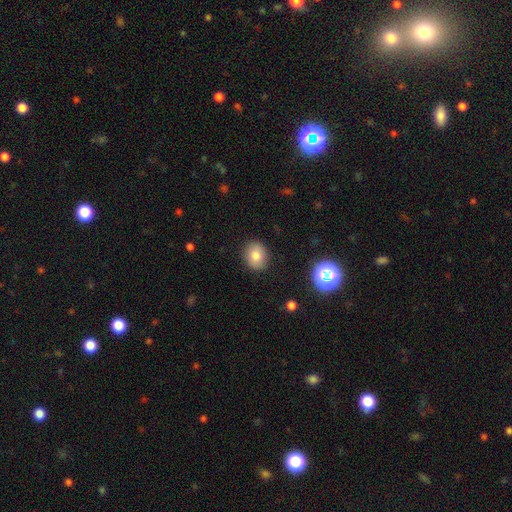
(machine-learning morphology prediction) Q: Smooth or featured?
A: smooth (79%); runner-up: star or artifact (11%)
Q: How rounded?
A: round (63%); runner-up: in between (36%)
Q: Merging?
A: none (89%); runner-up: minor disturbance (8%)